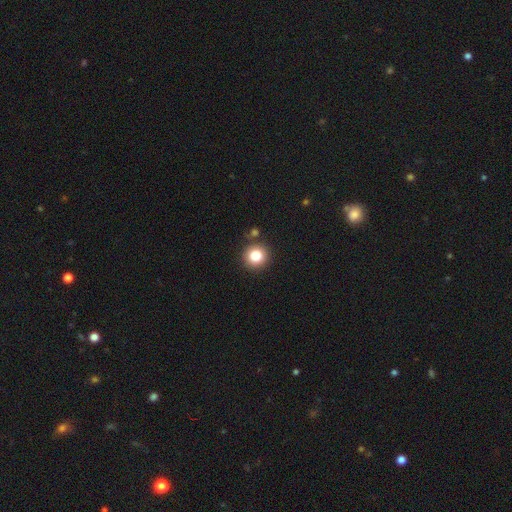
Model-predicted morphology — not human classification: smooth_or_featured: smooth (p=0.83) [alt: star or artifact p=0.11]
how_rounded: round (p=0.93) [alt: in between p=0.06]
merging: none (p=0.85) [alt: minor disturbance p=0.07]